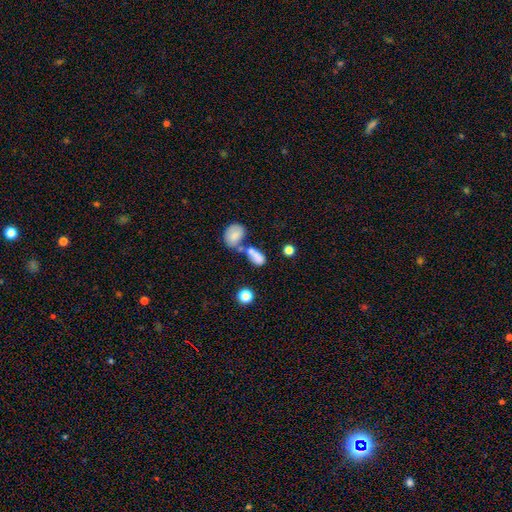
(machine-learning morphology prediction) smooth_or_featured: smooth (p=0.77) [alt: featured or disk p=0.13]
how_rounded: in between (p=0.81) [alt: round p=0.12]
merging: merger (p=0.52) [alt: none p=0.27]